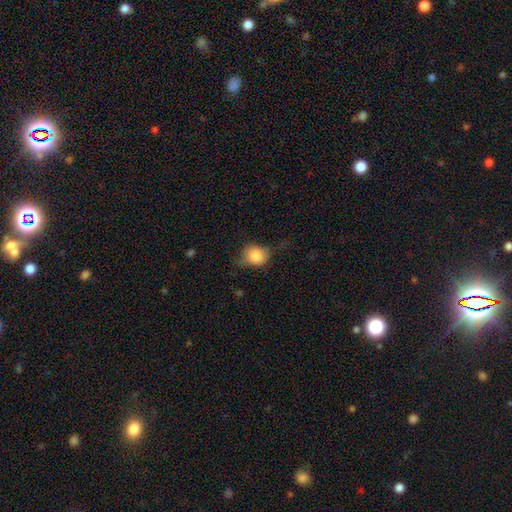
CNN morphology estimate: Overall: smooth (72%). How rounded: round (62%; in between 36%). Merging: none (49%; minor disturbance 32%).